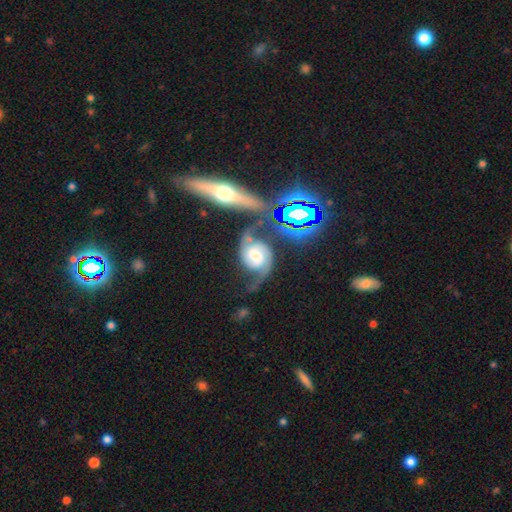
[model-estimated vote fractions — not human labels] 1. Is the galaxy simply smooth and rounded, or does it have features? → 82% featured or disk, 10% smooth, 8% star or artifact.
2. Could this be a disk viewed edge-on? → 97% no, 3% yes.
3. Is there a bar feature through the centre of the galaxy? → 49% no, 37% weak, 14% strong.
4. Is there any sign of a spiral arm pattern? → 97% yes, 3% no.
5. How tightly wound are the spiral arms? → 45% medium, 34% loose, 20% tight.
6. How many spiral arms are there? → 91% 2, 3% can't tell, 2% 1, 1% 3, 1% 4, 1% more than 4.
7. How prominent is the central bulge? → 47% moderate, 24% small, 19% large, 5% none, 5% dominant.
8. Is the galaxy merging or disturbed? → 45% none, 21% merger, 19% minor disturbance, 15% major disturbance.